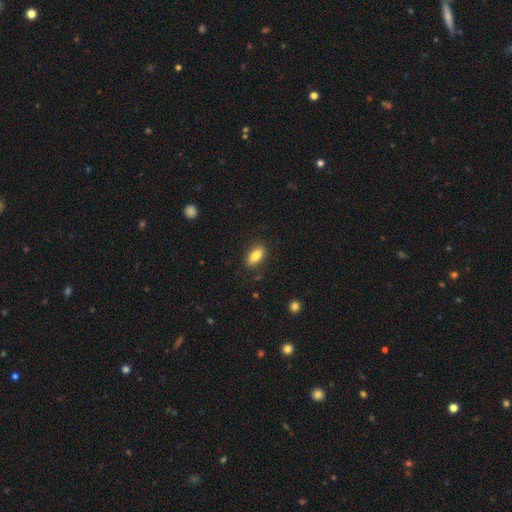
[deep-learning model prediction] Overall: smooth (84%). How rounded: in between (88%). Merging: none (86%).